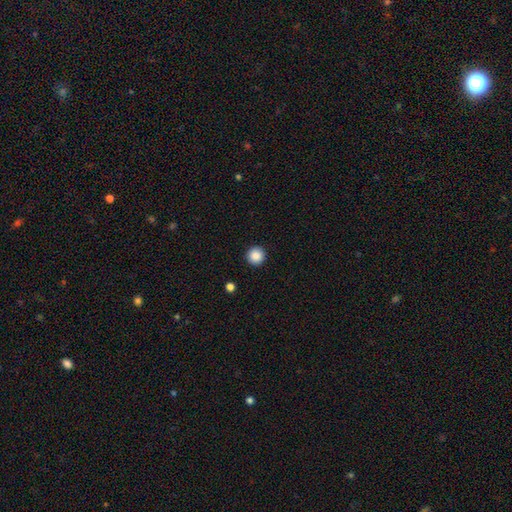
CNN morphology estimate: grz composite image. It shows a smooth galaxy with no disk features (88%) that is round (96%). Merging: none (93%).